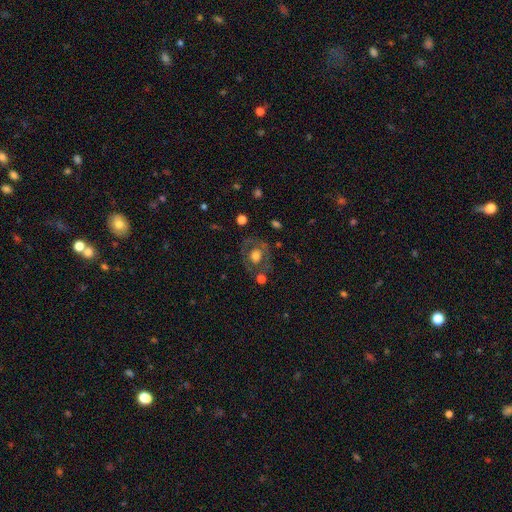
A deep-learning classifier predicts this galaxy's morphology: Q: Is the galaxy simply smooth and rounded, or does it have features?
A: smooth — 47%.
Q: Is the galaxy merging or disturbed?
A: none — 67%.